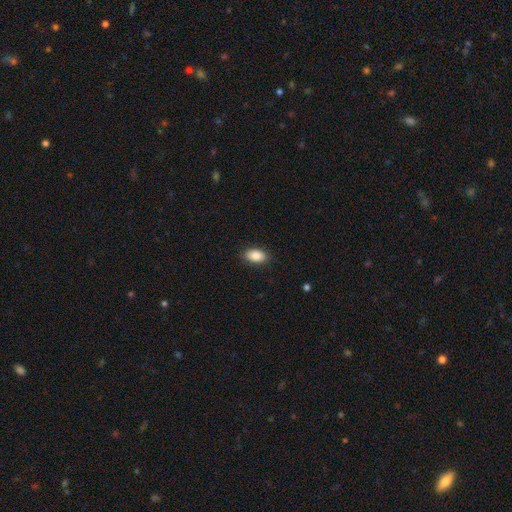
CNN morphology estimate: The model was most divided on "smooth or featured": smooth: 87%, star or artifact: 7%, featured or disk: 6%. More confident: how rounded — in between (92%); merging — none (89%).